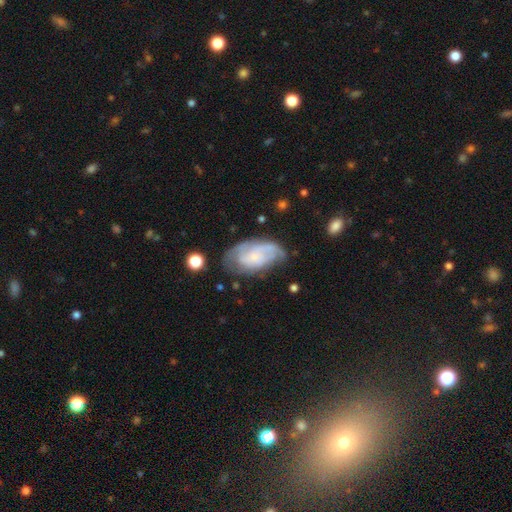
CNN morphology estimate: smooth-or-featured: featured or disk: 59% | smooth: 34% | star or artifact: 7%
  disk-edge-on: no: 95% | yes: 5%
    bar: no: 70% | weak: 25% | strong: 5%
    has-spiral-arms: yes: 79% | no: 21%
    bulge-size: small: 53% | none: 23% | moderate: 18% | large: 4% | dominant: 2%
  merging: none: 53% | minor disturbance: 27% | major disturbance: 16% | merger: 3%